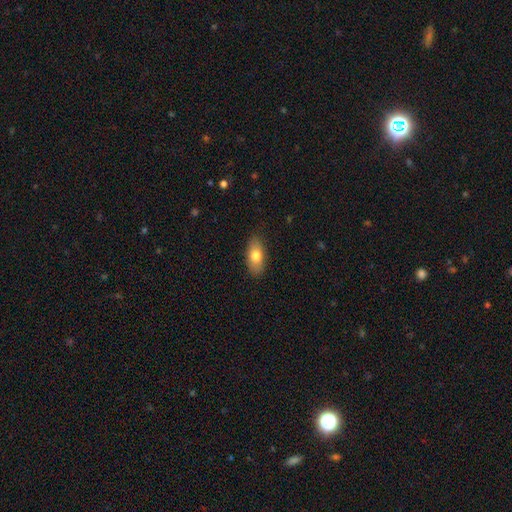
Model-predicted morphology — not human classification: The model was most divided on "smooth or featured": smooth: 76%, featured or disk: 17%, star or artifact: 7%. More confident: how rounded — in between (87%); merging — none (86%).